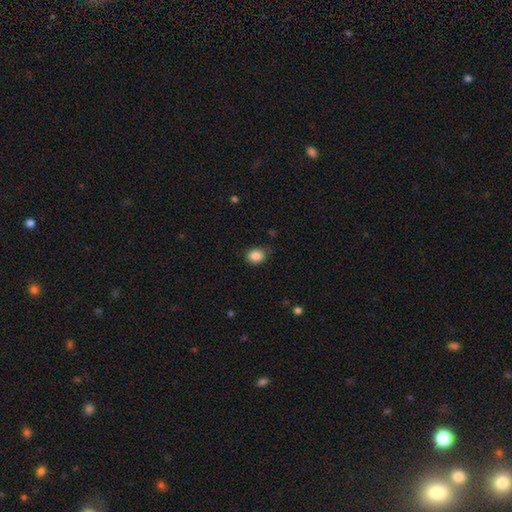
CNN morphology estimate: Overall: smooth (86%). How rounded: round (54%; in between 45%). Merging: none (78%).